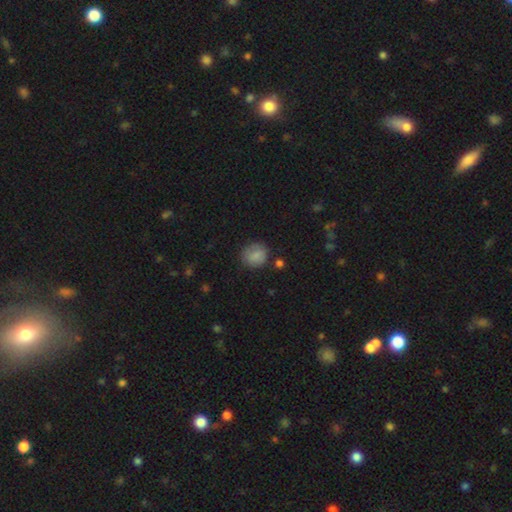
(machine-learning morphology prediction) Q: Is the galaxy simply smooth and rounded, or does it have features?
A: smooth — 83%.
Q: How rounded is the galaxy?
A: round — 82%.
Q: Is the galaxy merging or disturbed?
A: none — 75%.